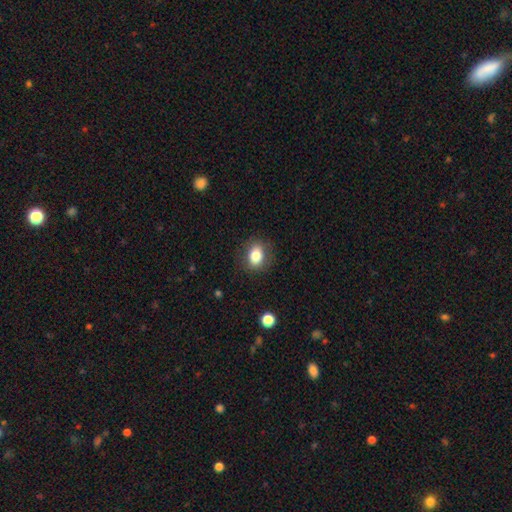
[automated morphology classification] smooth_or_featured: smooth (p=0.81) [alt: star or artifact p=0.09]
how_rounded: in between (p=0.56) [alt: round p=0.43]
merging: none (p=0.84) [alt: minor disturbance p=0.11]